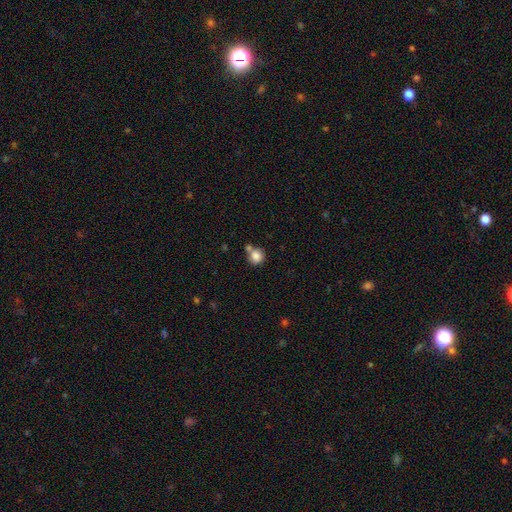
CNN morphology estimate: Smooth or featured? Predicted: smooth (p=0.84). How rounded? Predicted: round (p=0.88). Merging? Predicted: none (p=0.55).